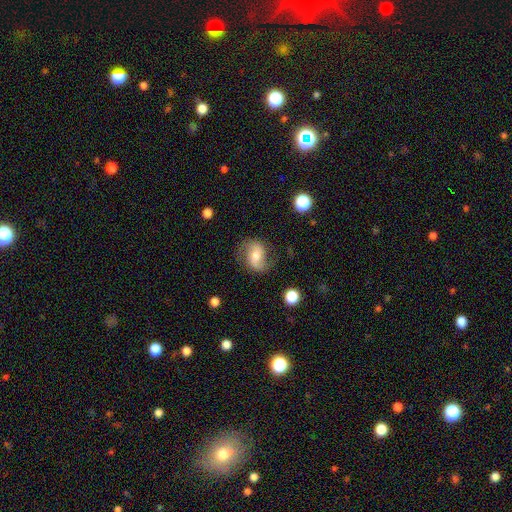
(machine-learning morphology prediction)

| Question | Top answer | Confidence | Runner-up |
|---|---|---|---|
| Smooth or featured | featured or disk | 67% | smooth (26%) |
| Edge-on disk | no | 96% | yes (4%) |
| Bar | weak | 41% | no (37%) |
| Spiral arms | yes | 90% | no (10%) |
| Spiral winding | loose | 49% | medium (37%) |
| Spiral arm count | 2 | 85% | 1 (7%) |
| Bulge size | moderate | 62% | small (28%) |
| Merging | none | 69% | minor disturbance (19%) |